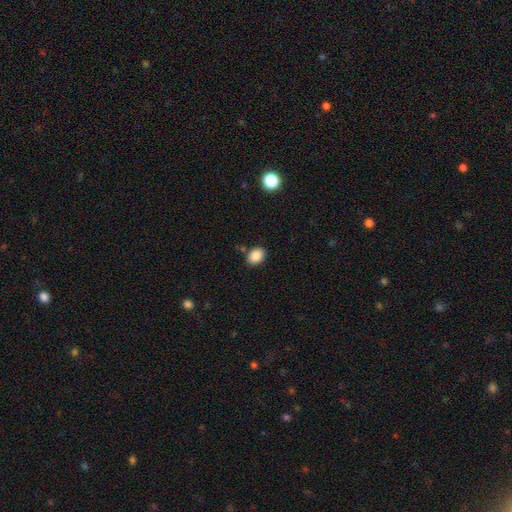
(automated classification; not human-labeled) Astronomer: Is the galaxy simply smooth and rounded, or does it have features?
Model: smooth — 87%.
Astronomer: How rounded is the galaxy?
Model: in between — 70%.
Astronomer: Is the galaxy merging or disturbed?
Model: none — 80%.